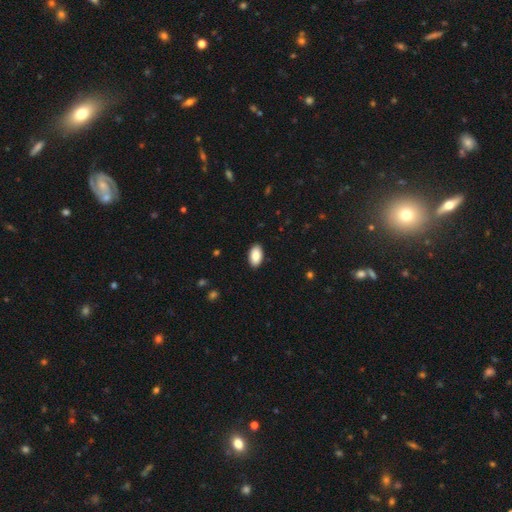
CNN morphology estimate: Smooth or featured? Predicted: smooth (p=0.88). How rounded? Predicted: in between (p=0.95). Merging? Predicted: none (p=0.90).